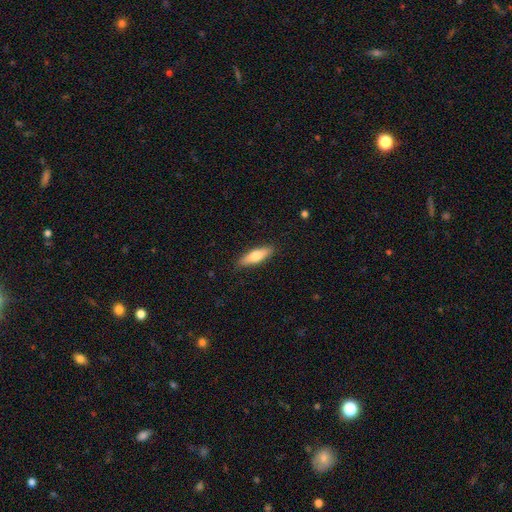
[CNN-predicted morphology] The model was most divided on "how rounded": cigar-shaped: 53%, in between: 45%, round: 2%. More confident: merging — none (87%); smooth or featured — smooth (71%).